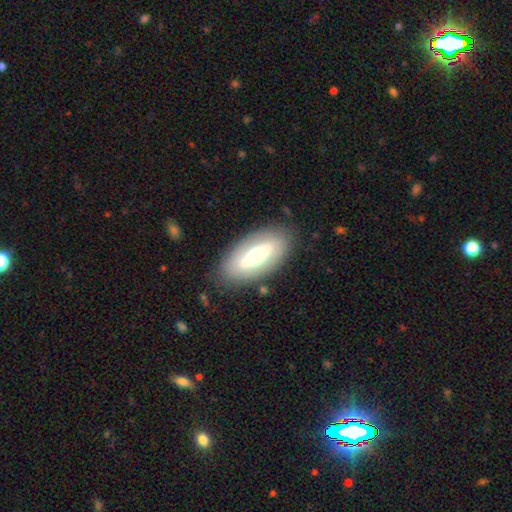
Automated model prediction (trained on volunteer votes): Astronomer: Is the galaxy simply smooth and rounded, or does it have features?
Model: featured or disk — 52% (runner-up: smooth, 42%).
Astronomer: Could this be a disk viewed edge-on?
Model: no — 73%.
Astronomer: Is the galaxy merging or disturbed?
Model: none — 82%.